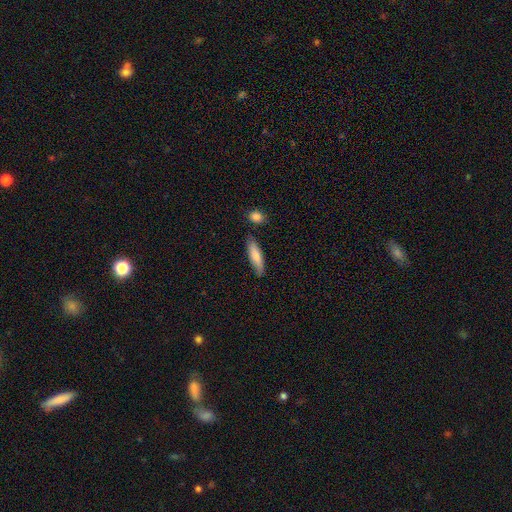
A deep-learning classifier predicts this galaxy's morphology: Smooth or featured? Predicted: smooth (p=0.74). How rounded? Predicted: cigar-shaped (p=0.64). Merging? Predicted: none (p=0.78).